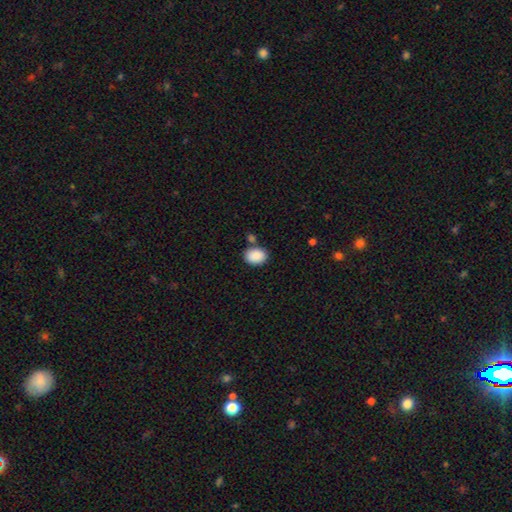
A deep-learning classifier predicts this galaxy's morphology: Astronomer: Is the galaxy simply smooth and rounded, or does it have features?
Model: smooth — 89%.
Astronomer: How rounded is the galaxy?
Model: in between — 66%.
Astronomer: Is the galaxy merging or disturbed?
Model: none — 72%.